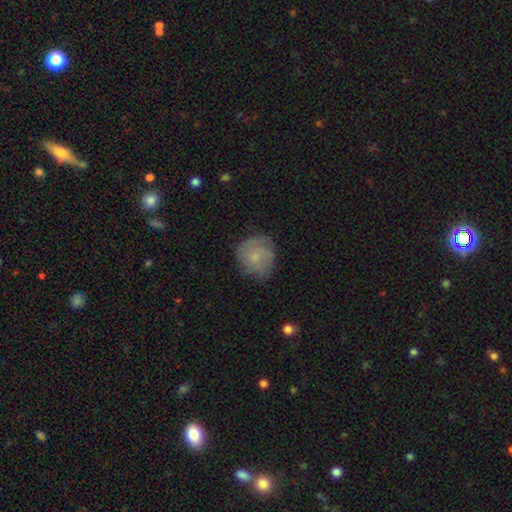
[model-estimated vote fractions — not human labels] A smooth galaxy with no disk features (65%) that is round (85%).

Vote fractions:
- Smooth or featured? smooth: 65% / featured or disk: 27% / star or artifact: 8%
- How rounded? round: 85% / in between: 14% / cigar-shaped: 1%
- Merging? none: 70% / minor disturbance: 22% / major disturbance: 7% / merger: 1%